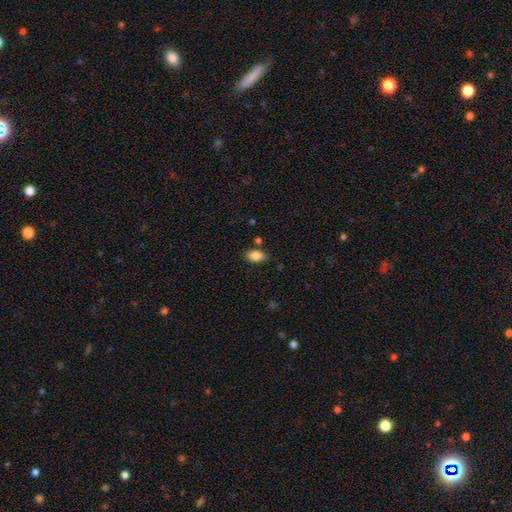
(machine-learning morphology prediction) Overall: smooth (86%). How rounded: in between (90%). Merging: none (82%).